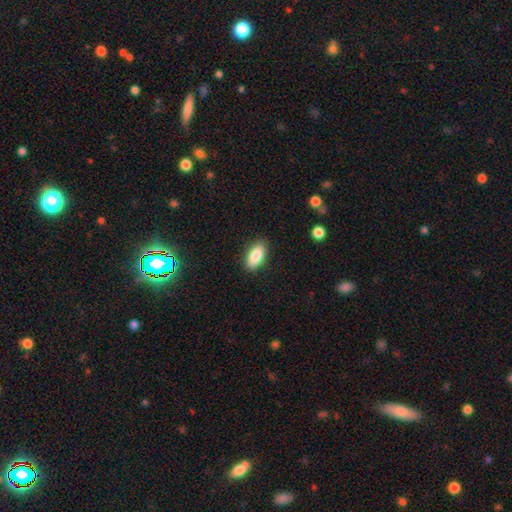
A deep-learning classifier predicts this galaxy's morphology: Smooth or featured? smooth (86%)
How rounded? in between (86%)
Merging? none (88%)